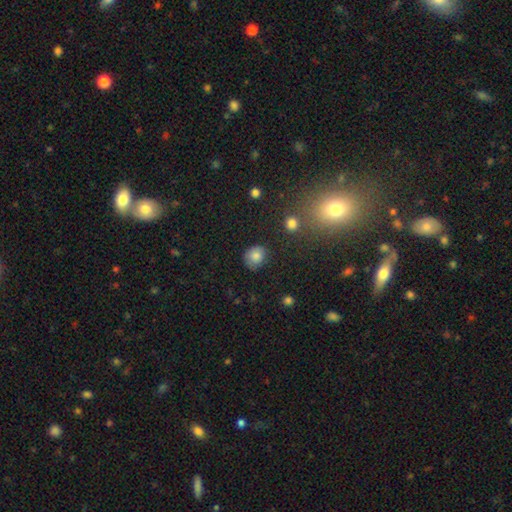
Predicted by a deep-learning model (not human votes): The model was most divided on "how rounded": round: 71%, in between: 28%, cigar-shaped: 1%. More confident: smooth or featured — smooth (82%); merging — none (78%).